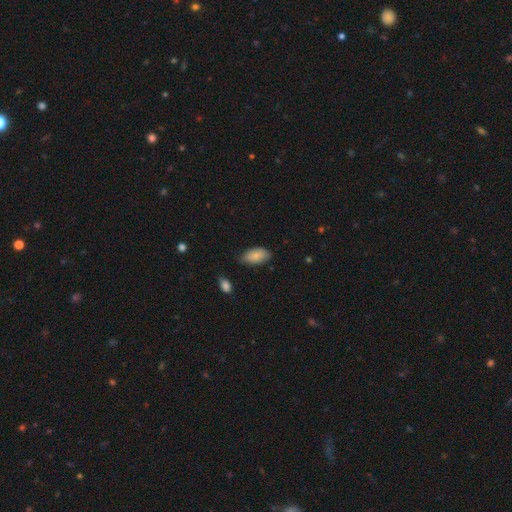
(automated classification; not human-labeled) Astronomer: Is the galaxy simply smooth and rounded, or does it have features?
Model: smooth — 85%.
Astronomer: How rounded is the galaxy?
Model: in between — 94%.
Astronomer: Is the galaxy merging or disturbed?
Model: none — 68%.